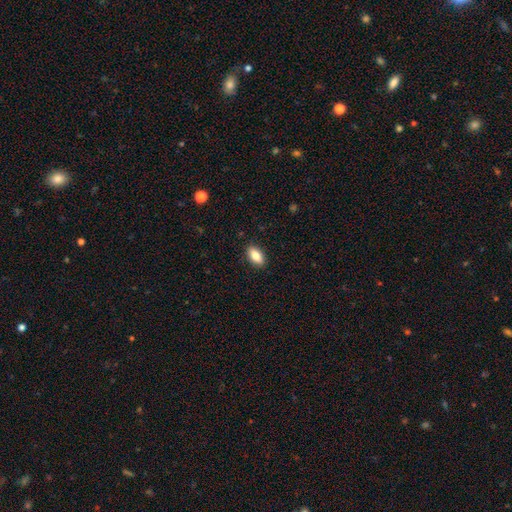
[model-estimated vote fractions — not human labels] Q: Smooth or featured?
A: smooth (84%); runner-up: featured or disk (9%)
Q: How rounded?
A: in between (91%); runner-up: cigar-shaped (4%)
Q: Merging?
A: none (90%); runner-up: minor disturbance (8%)